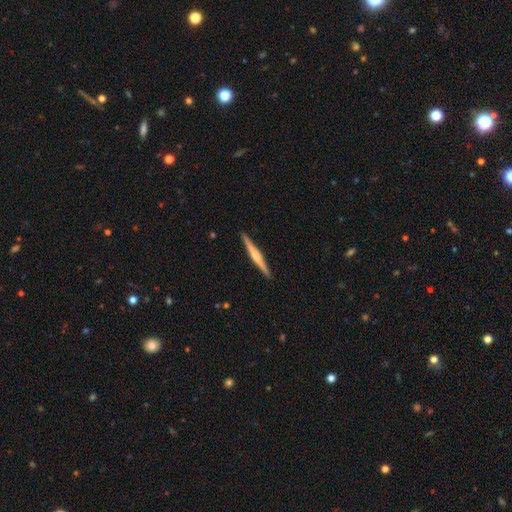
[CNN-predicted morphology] Q: Smooth or featured?
A: featured or disk (67%); runner-up: smooth (28%)
Q: Edge-on disk?
A: yes (98%); runner-up: no (2%)
Q: Edge-on bulge?
A: rounded (71%); runner-up: none (16%)
Q: Merging?
A: none (92%); runner-up: minor disturbance (6%)